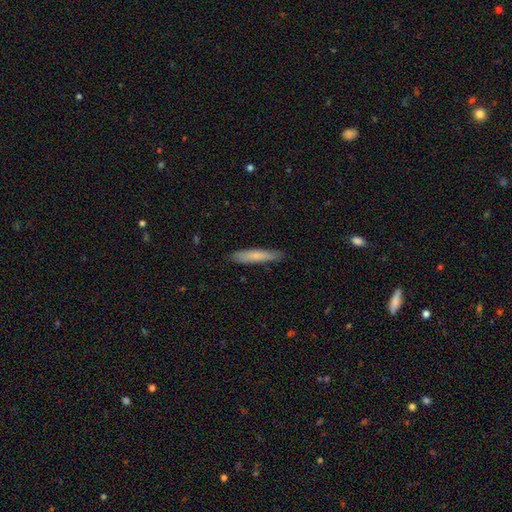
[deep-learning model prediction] smooth 73%, featured or disk 21%, star or artifact 6%. Down the decision tree: how rounded — cigar-shaped (90%); merging — none (86%).